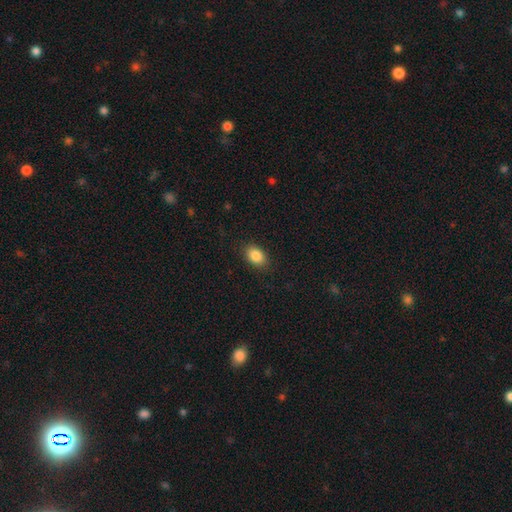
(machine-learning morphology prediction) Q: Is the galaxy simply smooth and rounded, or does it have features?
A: smooth — 87%.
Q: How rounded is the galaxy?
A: in between — 84%.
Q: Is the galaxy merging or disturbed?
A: none — 88%.